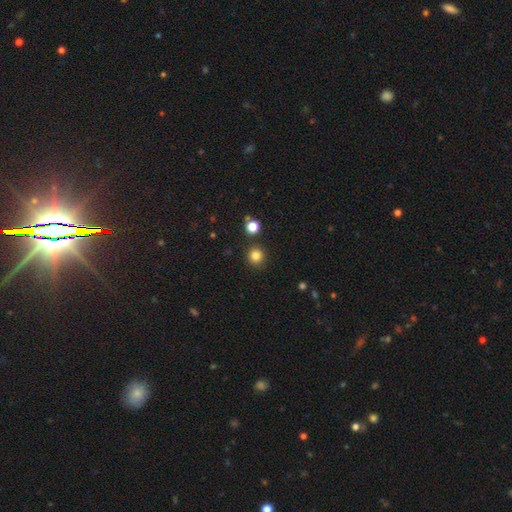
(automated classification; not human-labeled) The model was most divided on "smooth or featured": smooth: 83%, star or artifact: 13%, featured or disk: 4%. More confident: how rounded — round (93%); merging — none (88%).